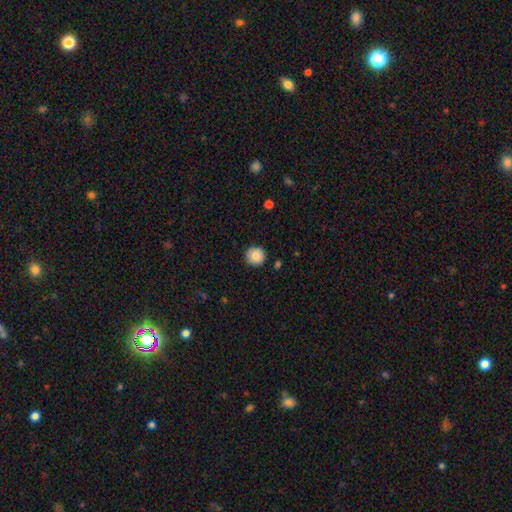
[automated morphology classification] The model was most divided on "smooth or featured": smooth: 84%, star or artifact: 8%, featured or disk: 7%. More confident: how rounded — round (94%); merging — none (90%).